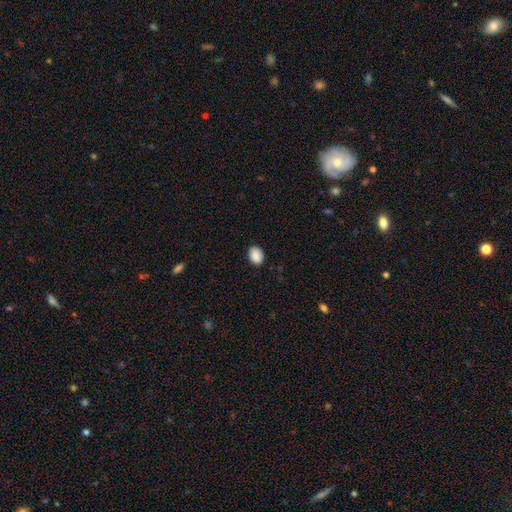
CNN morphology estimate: Q: Smooth or featured?
A: smooth (90%); runner-up: star or artifact (7%)
Q: How rounded?
A: in between (70%); runner-up: round (29%)
Q: Merging?
A: none (87%); runner-up: minor disturbance (9%)